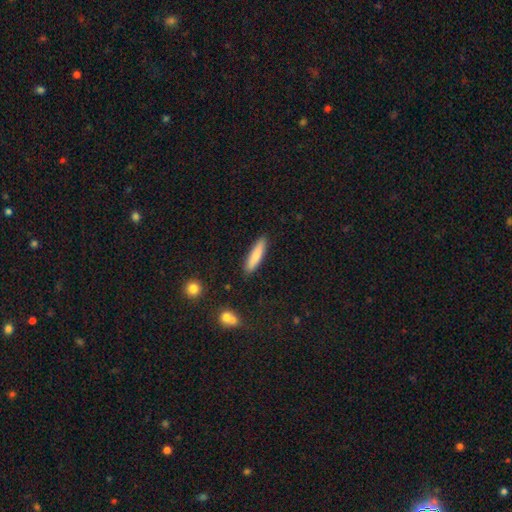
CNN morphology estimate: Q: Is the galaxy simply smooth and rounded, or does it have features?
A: smooth — 81%.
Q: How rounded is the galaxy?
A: cigar-shaped — 82%.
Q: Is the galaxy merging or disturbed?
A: none — 89%.